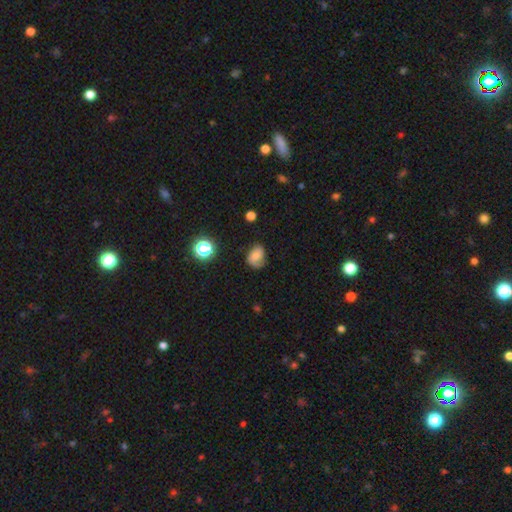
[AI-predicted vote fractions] smooth 49%, featured or disk 39%, star or artifact 12%. Down the decision tree: merging — none (55%).